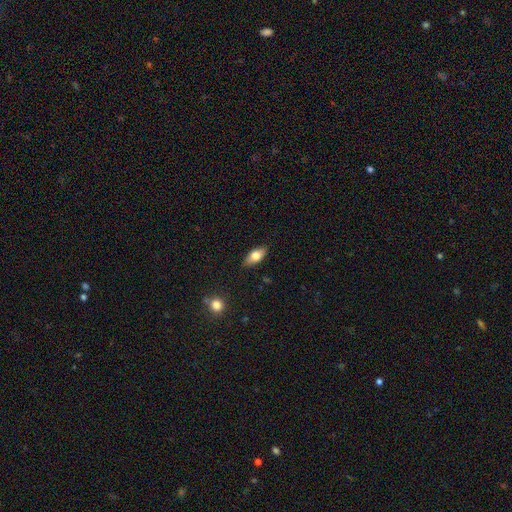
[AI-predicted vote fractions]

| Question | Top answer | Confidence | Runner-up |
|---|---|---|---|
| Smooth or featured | smooth | 71% | featured or disk (22%) |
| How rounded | in between | 83% | cigar-shaped (13%) |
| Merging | none | 86% | minor disturbance (11%) |